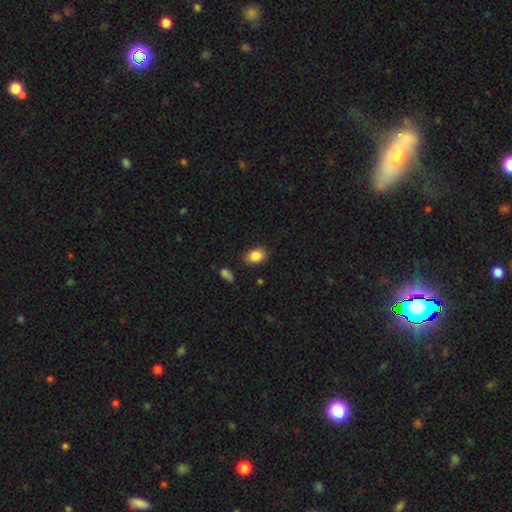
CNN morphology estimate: A smooth galaxy with no disk features (85%) that is in between round and cigar-shaped (70%). Merging: none (81%).